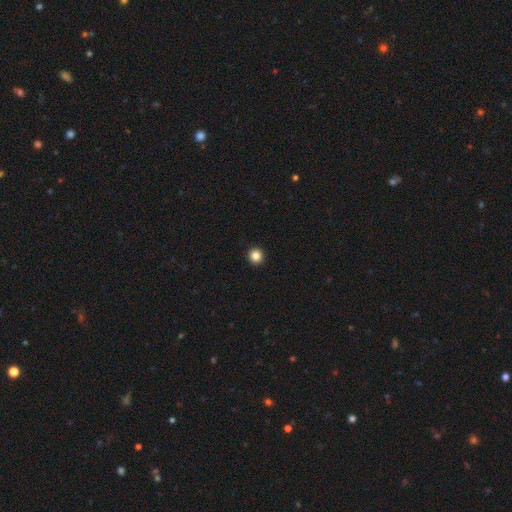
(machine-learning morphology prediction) Overall: smooth (85%). How rounded: round (95%). Merging: none (94%).